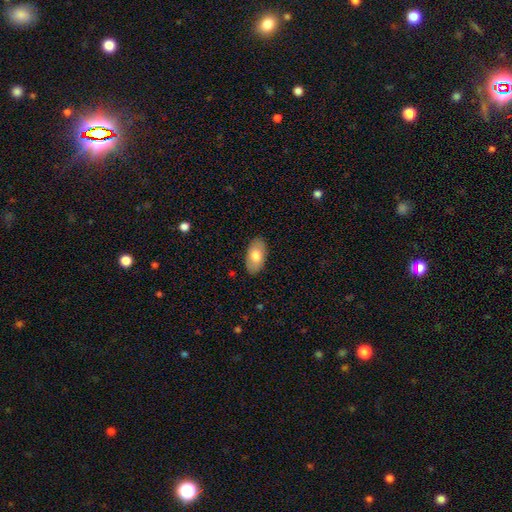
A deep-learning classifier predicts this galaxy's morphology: Smooth or featured? Predicted: smooth (p=0.74). How rounded? Predicted: in between (p=0.94). Merging? Predicted: none (p=0.87).